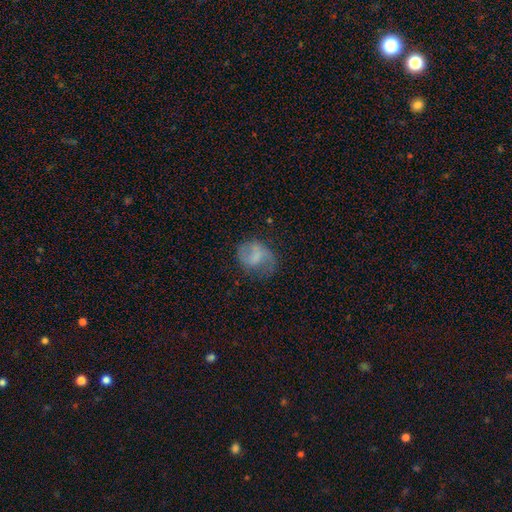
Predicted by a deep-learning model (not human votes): Smooth or featured? featured or disk (47%)
Merging? none (51%)